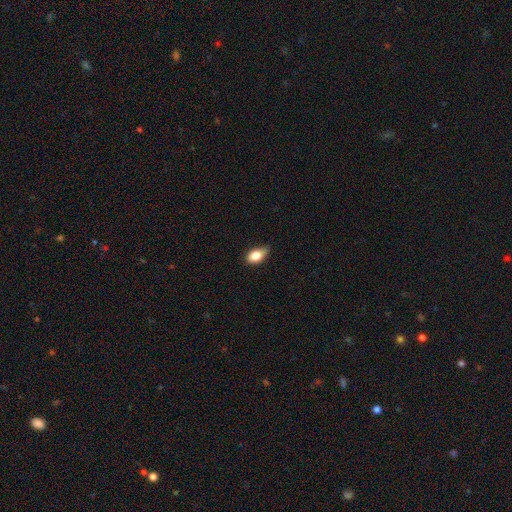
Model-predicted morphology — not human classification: Smooth or featured?
  - smooth: 82% *
  - featured or disk: 10%
  - star or artifact: 8%
How rounded?
  - in between: 86% *
  - round: 10%
  - cigar-shaped: 4%
Merging?
  - none: 58% *
  - minor disturbance: 35%
  - major disturbance: 5%
  - merger: 2%